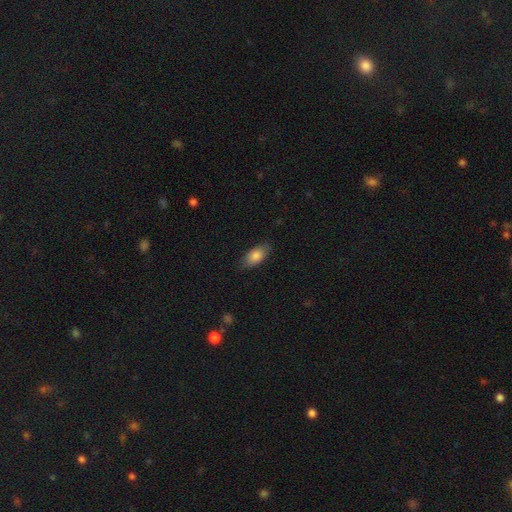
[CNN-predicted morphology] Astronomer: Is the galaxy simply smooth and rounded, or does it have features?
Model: smooth — 83%.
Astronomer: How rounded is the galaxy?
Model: in between — 90%.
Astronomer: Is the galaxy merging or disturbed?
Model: none — 82%.